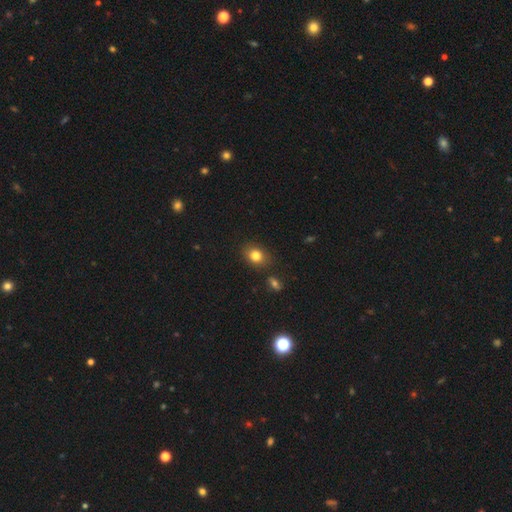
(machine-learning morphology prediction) type=smooth (81%); roundness=round (50%); merging=none (82%).